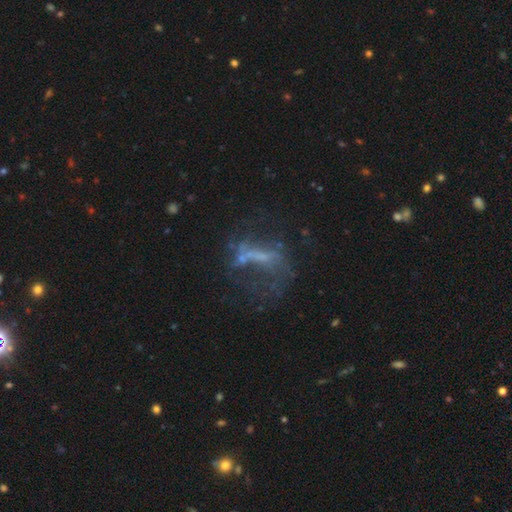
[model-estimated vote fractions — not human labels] Q: Smooth or featured?
A: featured or disk (54%); runner-up: star or artifact (23%)
Q: Edge-on disk?
A: no (85%); runner-up: yes (15%)
Q: Merging?
A: none (42%); runner-up: major disturbance (34%)